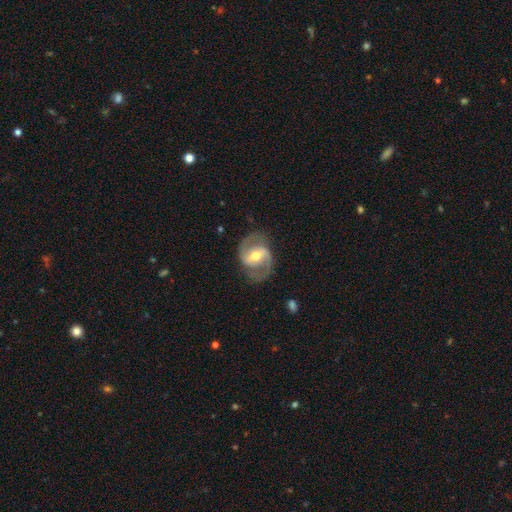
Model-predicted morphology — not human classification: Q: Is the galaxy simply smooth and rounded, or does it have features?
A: featured or disk — 88%.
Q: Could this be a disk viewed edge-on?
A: no — 98%.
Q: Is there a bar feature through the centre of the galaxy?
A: weak — 45%.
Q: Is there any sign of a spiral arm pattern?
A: yes — 95%.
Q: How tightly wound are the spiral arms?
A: medium — 59%.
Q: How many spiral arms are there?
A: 2 — 93%.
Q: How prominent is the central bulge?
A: moderate — 71%.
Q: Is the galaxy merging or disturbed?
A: none — 79%.